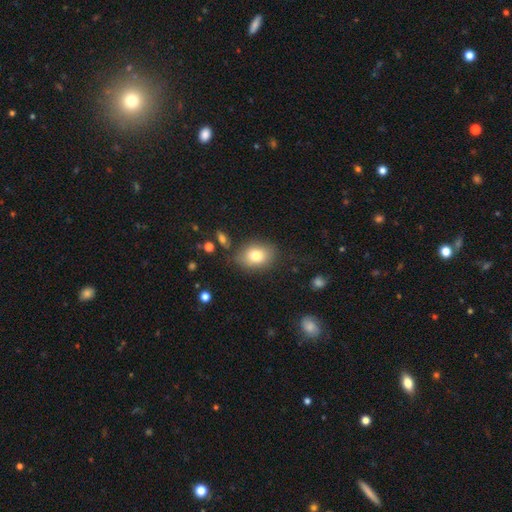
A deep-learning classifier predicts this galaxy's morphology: A smooth galaxy with no disk features (78%) that is in between round and cigar-shaped (68%). Merging: none (77%).